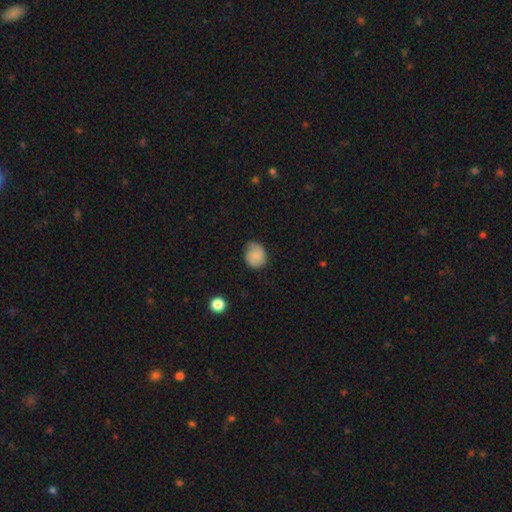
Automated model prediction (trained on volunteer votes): This appears to be a smooth galaxy with no disk features (83%) that is round (61%). Merging: none (67%).